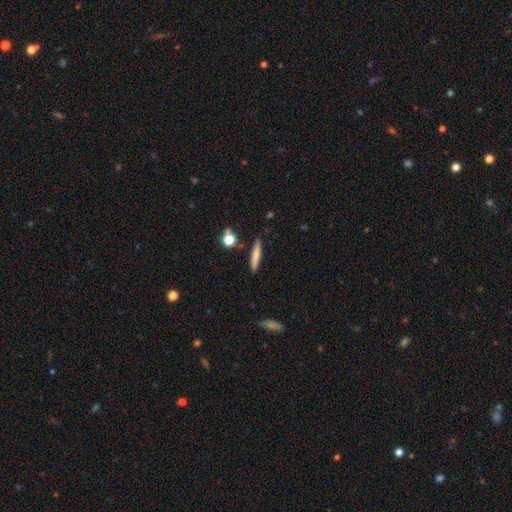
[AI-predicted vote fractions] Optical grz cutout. It shows a smooth galaxy with no disk features (70%) that is cigar-shaped (91%). Merging: none (87%).